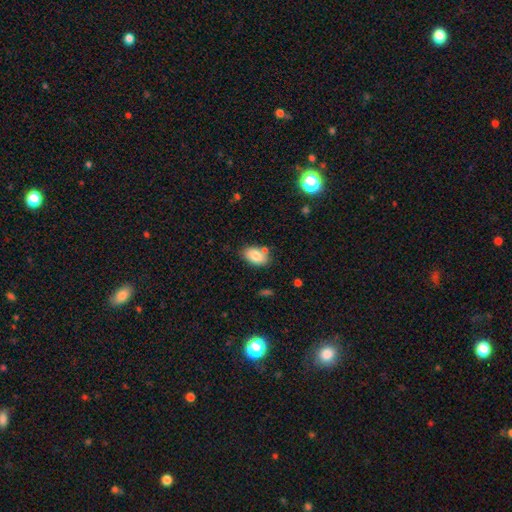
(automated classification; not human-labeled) Smooth or featured: smooth — 83% (featured or disk — 9%)
How rounded: in between — 92% (round — 6%)
Merging: none — 70% (minor disturbance — 15%)